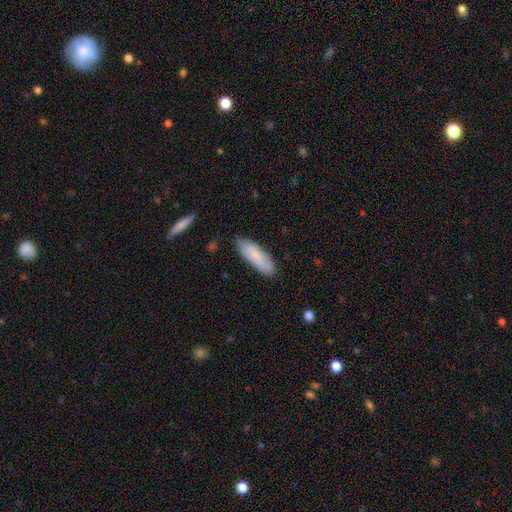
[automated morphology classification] This appears to be a smooth galaxy with no disk features (80%) that is in between round and cigar-shaped (55%). Merging: none (81%).